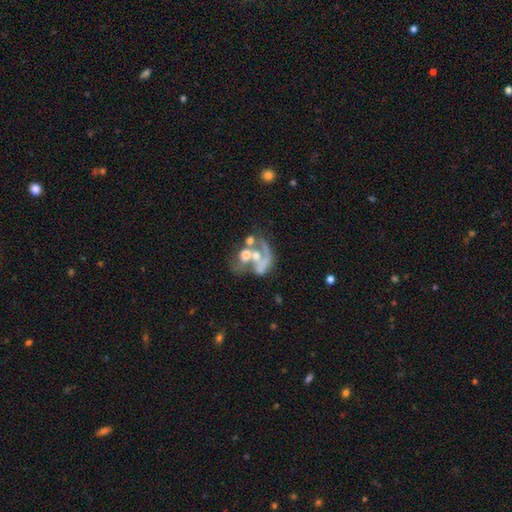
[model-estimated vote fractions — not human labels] Morphology: type=featured or disk (61%); edge-on=no (98%); bar=no (78%); spiral arms=no (59%); bulge=moderate (42%); merging=merger (48%).